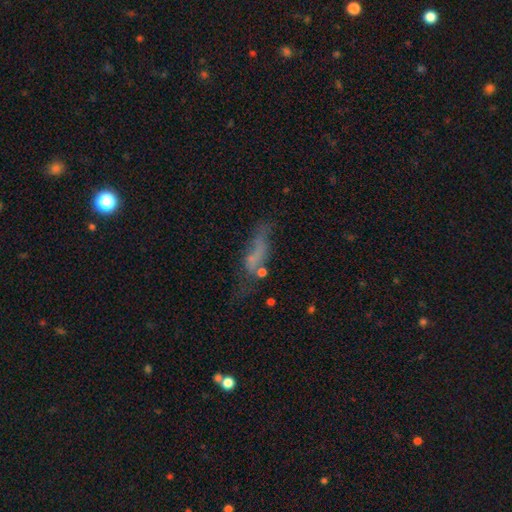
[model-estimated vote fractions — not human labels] This appears to be a smooth galaxy with no disk features (46%). Merging: none (36%).